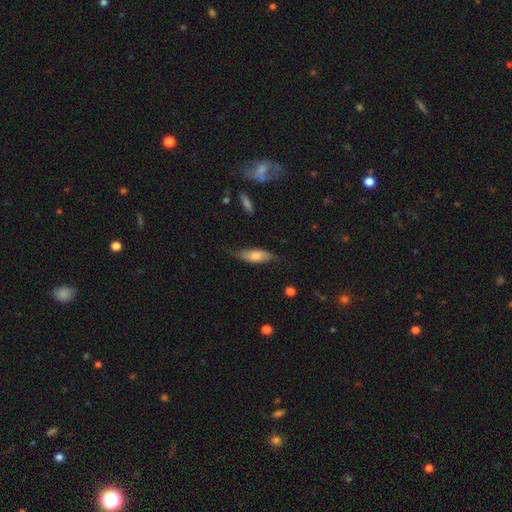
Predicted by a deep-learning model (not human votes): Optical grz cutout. It shows a smooth galaxy with no disk features (54%) that is in between round and cigar-shaped (65%). Merging: none (62%).